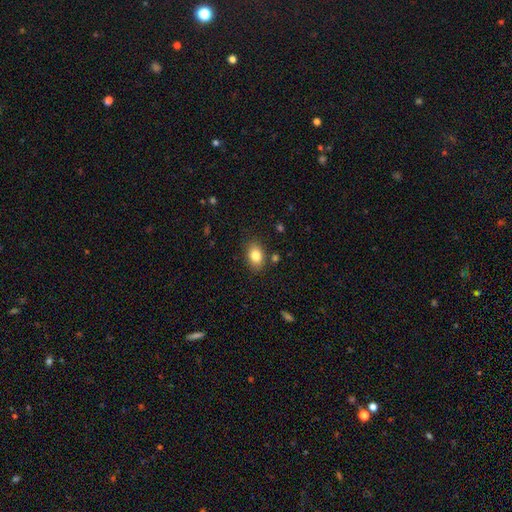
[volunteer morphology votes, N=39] Q: Smooth or featured?
A: smooth (85%); runner-up: star or artifact (10%)
Q: How rounded?
A: in between (91%); runner-up: round (6%)
Q: Merging?
A: none (80%); runner-up: minor disturbance (17%)